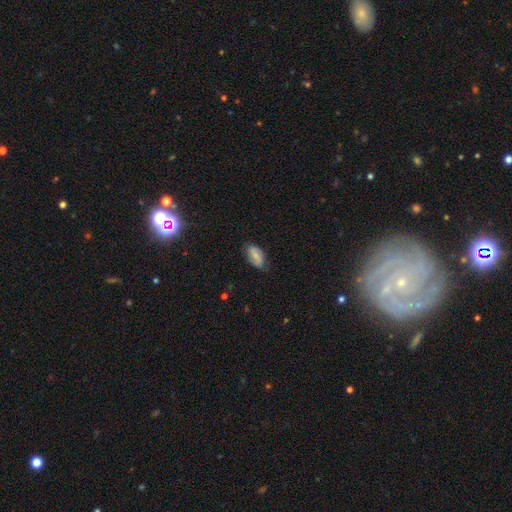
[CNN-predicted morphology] Smooth or featured: smooth — 68% (featured or disk — 23%)
How rounded: in between — 91% (cigar-shaped — 5%)
Merging: none — 74% (minor disturbance — 20%)